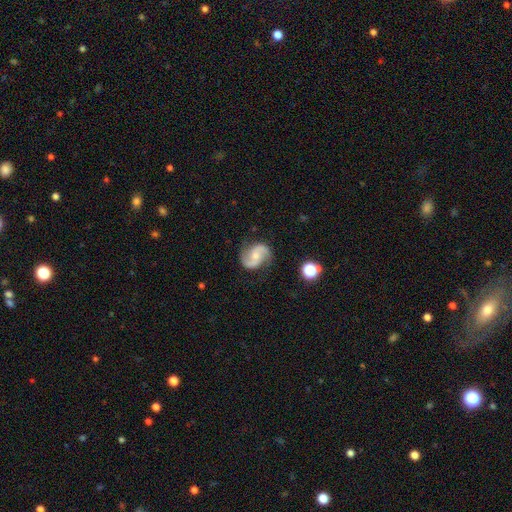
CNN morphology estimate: Smooth or featured? featured or disk (87%)
Edge-on disk? no (98%)
Bar? no (58%)
Spiral arms? yes (97%)
Spiral winding? medium (50%)
Spiral arm count? 2 (94%)
Bulge size? small (53%)
Merging? none (82%)